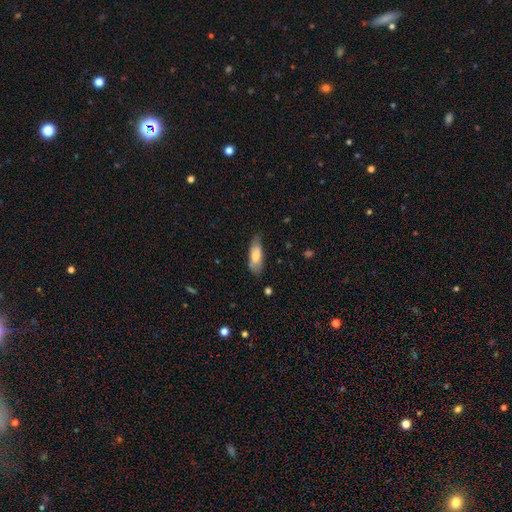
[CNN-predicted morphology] Smooth or featured?
  - smooth: 73% *
  - featured or disk: 20%
  - star or artifact: 6%
How rounded?
  - in between: 69% *
  - cigar-shaped: 29%
  - round: 2%
Merging?
  - none: 67% *
  - minor disturbance: 25%
  - major disturbance: 6%
  - merger: 2%